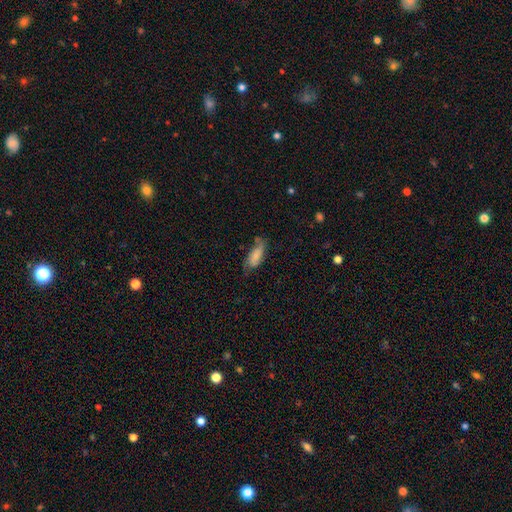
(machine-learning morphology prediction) smooth_or_featured: smooth (p=0.69) [alt: featured or disk p=0.24]
how_rounded: in between (p=0.77) [alt: cigar-shaped p=0.21]
merging: none (p=0.50) [alt: minor disturbance p=0.33]